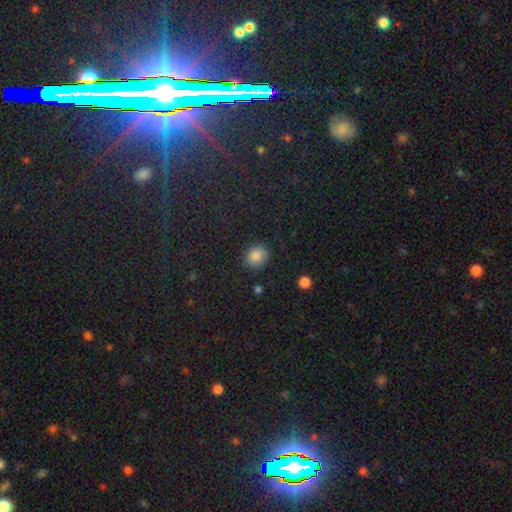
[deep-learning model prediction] A smooth galaxy with no disk features (85%) that is round (60%). Merging: none (87%).